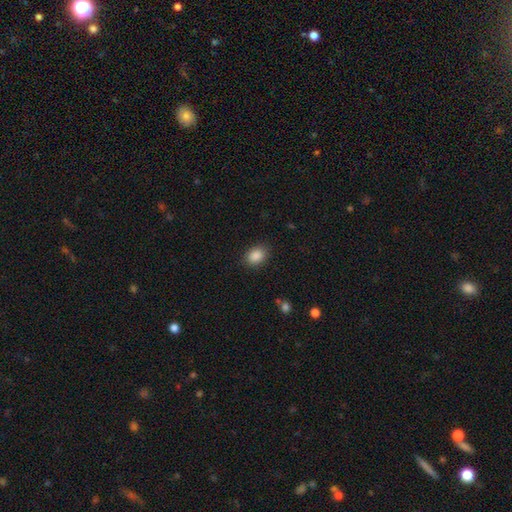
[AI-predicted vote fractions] Smooth or featured: smooth — 88% (star or artifact — 8%)
How rounded: in between — 70% (round — 29%)
Merging: none — 86% (minor disturbance — 10%)